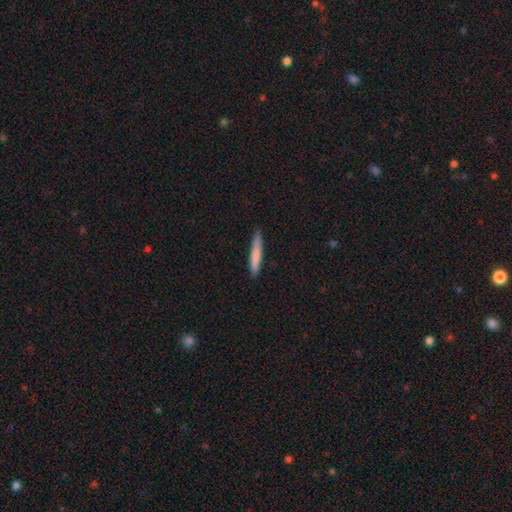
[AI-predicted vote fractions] A smooth galaxy with no disk features (79%) that is cigar-shaped (94%).

Vote fractions:
- Smooth or featured? smooth: 79% / featured or disk: 15% / star or artifact: 6%
- How rounded? cigar-shaped: 94% / in between: 5% / round: 1%
- Merging? none: 88% / minor disturbance: 9% / major disturbance: 2% / merger: 1%